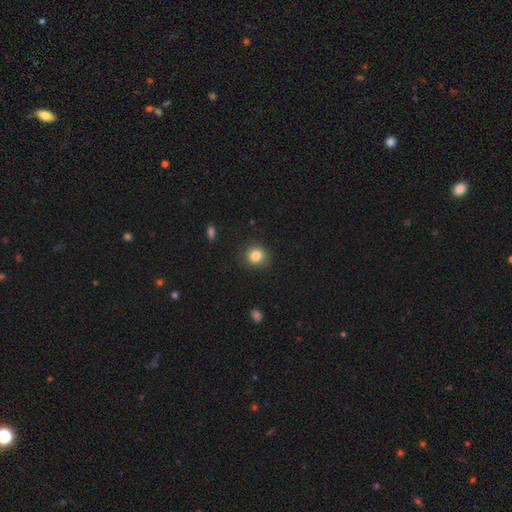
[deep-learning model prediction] A smooth galaxy with no disk features (83%) that is round (83%).

Vote fractions:
- Smooth or featured? smooth: 83% / star or artifact: 11% / featured or disk: 6%
- How rounded? round: 83% / in between: 16% / cigar-shaped: 1%
- Merging? none: 88% / minor disturbance: 9% / major disturbance: 2% / merger: 1%